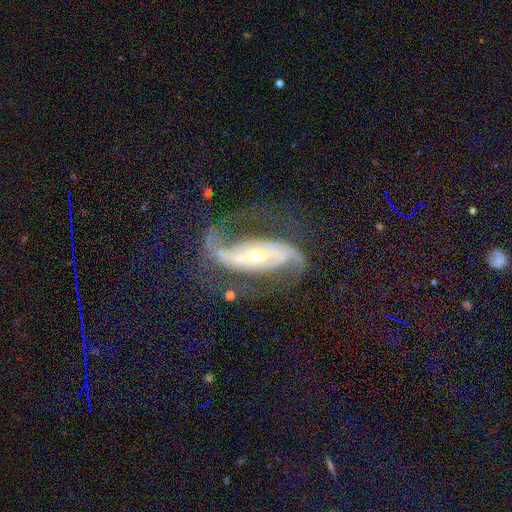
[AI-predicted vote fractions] smooth-or-featured: featured or disk: 89% | star or artifact: 6% | smooth: 5%
  disk-edge-on: no: 94% | yes: 6%
    bar: strong: 47% | no: 29% | weak: 24%
    has-spiral-arms: yes: 96% | no: 4%
      spiral-winding: medium: 43% | loose: 41% | tight: 16%
      spiral-arm-count: 2: 91% | can't tell: 3% | 1: 2% | 3: 2% | 4: 1% | more than 4: 1%
    bulge-size: small: 59% | moderate: 36% | large: 2% | dominant: 1% | none: 1%
  merging: none: 66% | major disturbance: 17% | minor disturbance: 15% | merger: 2%